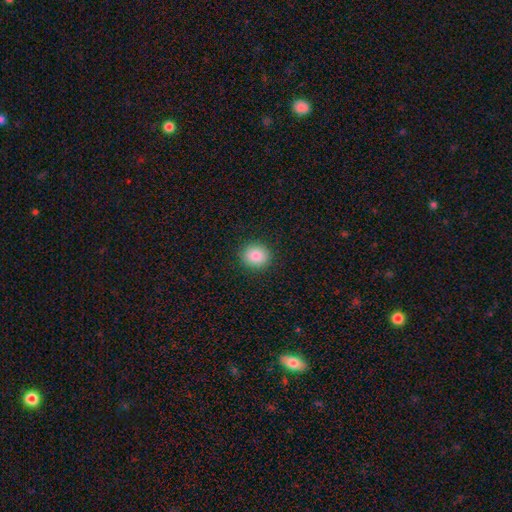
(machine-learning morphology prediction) Smooth or featured: smooth — 86% (star or artifact — 9%)
How rounded: round — 81% (in between — 18%)
Merging: none — 91% (minor disturbance — 6%)